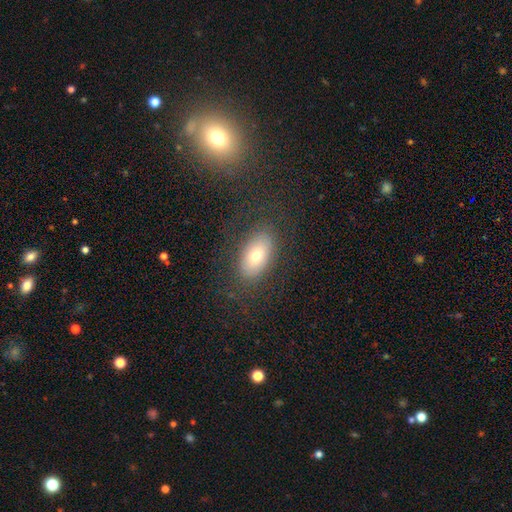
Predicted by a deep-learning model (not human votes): A smooth galaxy with no disk features (68%) that is in between round and cigar-shaped (89%). Merging: none (79%).